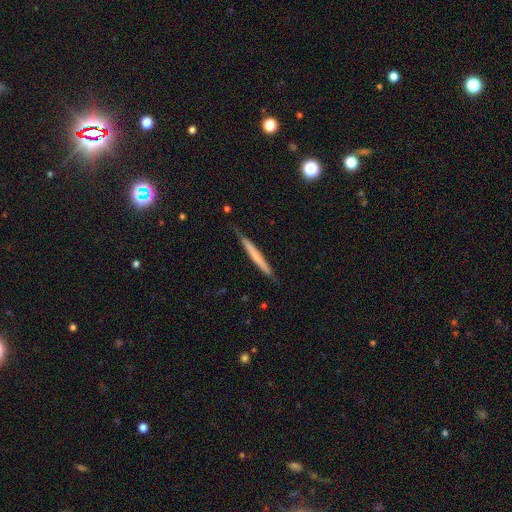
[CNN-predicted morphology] A smooth galaxy with no disk features (55%) that is cigar-shaped (97%).

Vote fractions:
- Smooth or featured? smooth: 55% / featured or disk: 40% / star or artifact: 6%
- How rounded? cigar-shaped: 97% / in between: 2% / round: 1%
- Merging? none: 82% / minor disturbance: 15% / major disturbance: 2% / merger: 1%